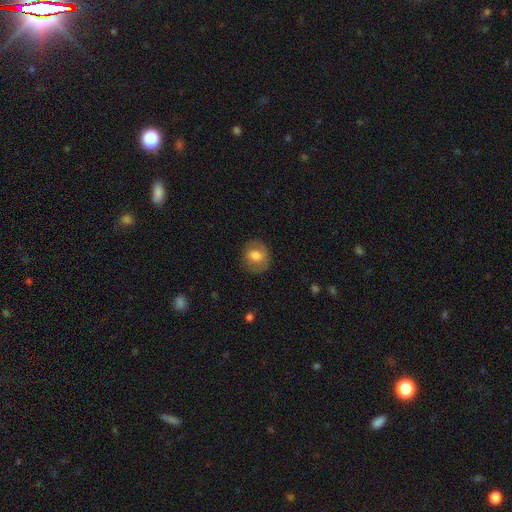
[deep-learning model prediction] A smooth galaxy with no disk features (65%) that is round (72%).

Vote fractions:
- Smooth or featured? smooth: 65% / featured or disk: 27% / star or artifact: 8%
- How rounded? round: 72% / in between: 27% / cigar-shaped: 1%
- Merging? none: 79% / minor disturbance: 14% / major disturbance: 5% / merger: 1%